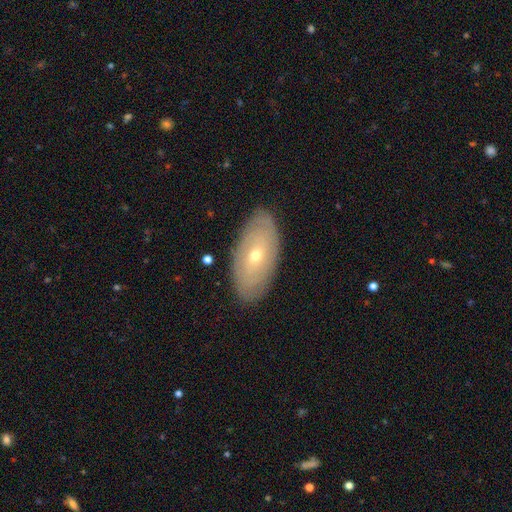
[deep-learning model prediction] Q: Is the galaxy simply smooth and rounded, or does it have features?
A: featured or disk — 57%.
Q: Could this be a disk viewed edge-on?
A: no — 87%.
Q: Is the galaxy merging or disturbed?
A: none — 85%.